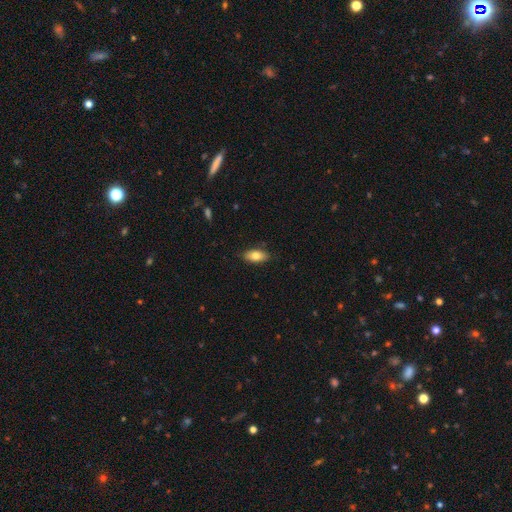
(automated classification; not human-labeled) Smooth or featured?
  - smooth: 79% *
  - featured or disk: 14%
  - star or artifact: 7%
How rounded?
  - in between: 89% *
  - cigar-shaped: 8%
  - round: 3%
Merging?
  - none: 85% *
  - minor disturbance: 12%
  - major disturbance: 2%
  - merger: 1%